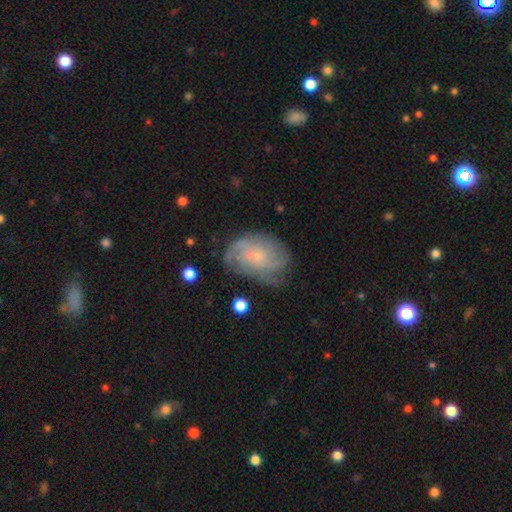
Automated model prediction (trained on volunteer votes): smooth-or-featured: featured or disk: 72% | smooth: 20% | star or artifact: 7%
  disk-edge-on: no: 97% | yes: 3%
    bar: no: 66% | weak: 30% | strong: 4%
    has-spiral-arms: yes: 92% | no: 8%
      spiral-winding: tight: 46% | medium: 38% | loose: 16%
      spiral-arm-count: can't tell: 38% | 3: 20% | 4: 15% | 2: 15% | more than 4: 6% | 1: 6%
    bulge-size: small: 69% | moderate: 17% | none: 11% | large: 2% | dominant: 1%
  merging: none: 66% | minor disturbance: 22% | major disturbance: 10% | merger: 2%